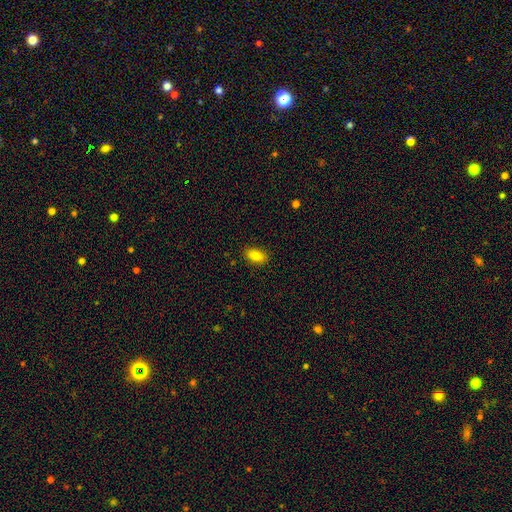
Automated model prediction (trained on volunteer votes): A smooth galaxy with no disk features (85%) that is in between round and cigar-shaped (90%). Merging: none (88%).